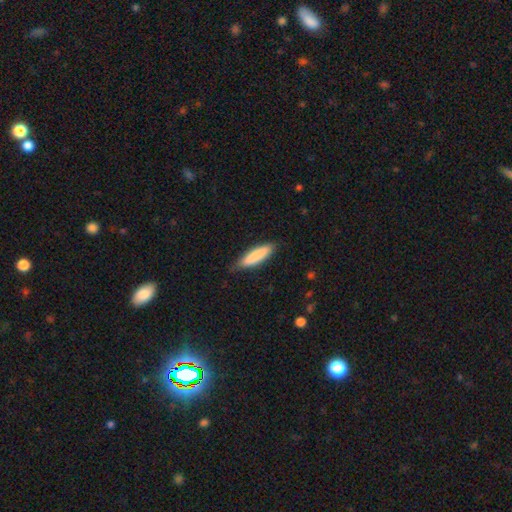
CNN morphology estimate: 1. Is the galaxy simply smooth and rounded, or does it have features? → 84% smooth, 11% featured or disk, 6% star or artifact.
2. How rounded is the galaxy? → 69% cigar-shaped, 29% in between, 1% round.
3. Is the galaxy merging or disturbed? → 76% none, 20% minor disturbance, 3% major disturbance, 1% merger.